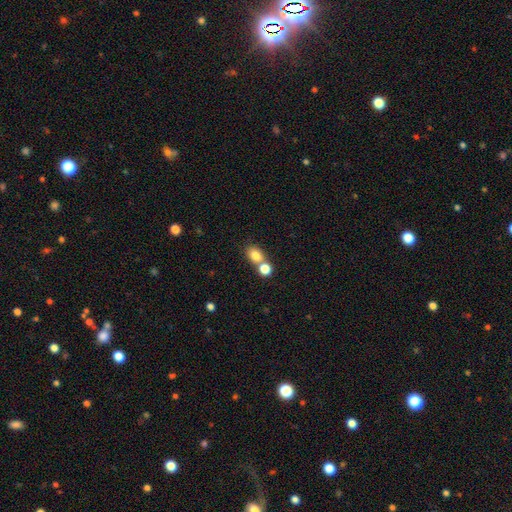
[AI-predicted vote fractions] This is clearly a smooth galaxy (80%). How rounded: possibly in between (57%). Merging: possibly none (51%).